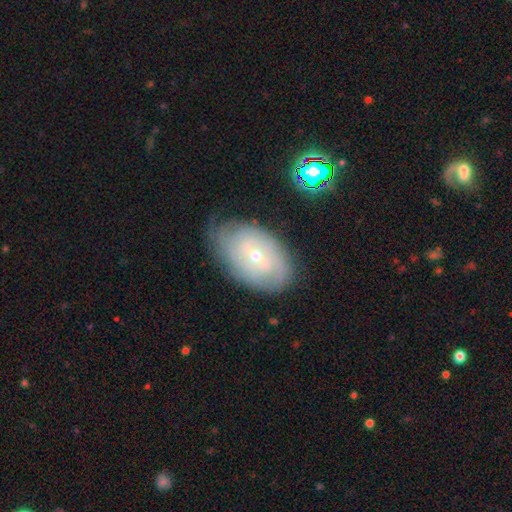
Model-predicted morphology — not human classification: Smooth or featured?
  - featured or disk: 72% *
  - smooth: 20%
  - star or artifact: 8%
Edge-on disk?
  - no: 94% *
  - yes: 6%
Bar?
  - no: 68% *
  - weak: 27%
  - strong: 6%
Spiral arms?
  - yes: 88% *
  - no: 12%
Spiral winding?
  - tight: 74% *
  - medium: 20%
  - loose: 6%
Spiral arm count?
  - can't tell: 53% *
  - 2: 18%
  - 3: 11%
  - 4: 8%
  - more than 4: 5%
  - 1: 4%
Bulge size?
  - small: 68% *
  - moderate: 29%
  - large: 1%
  - none: 1%
  - dominant: 1%
Merging?
  - none: 72% *
  - minor disturbance: 21%
  - major disturbance: 5%
  - merger: 2%